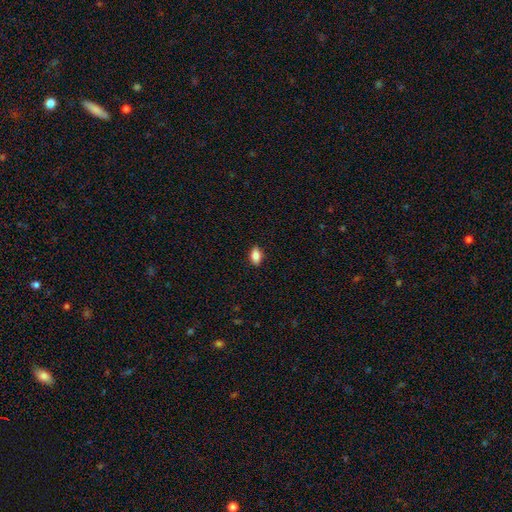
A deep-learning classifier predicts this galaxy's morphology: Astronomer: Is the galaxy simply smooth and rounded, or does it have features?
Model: smooth — 84%.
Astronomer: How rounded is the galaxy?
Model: in between — 88%.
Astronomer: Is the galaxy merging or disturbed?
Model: none — 89%.